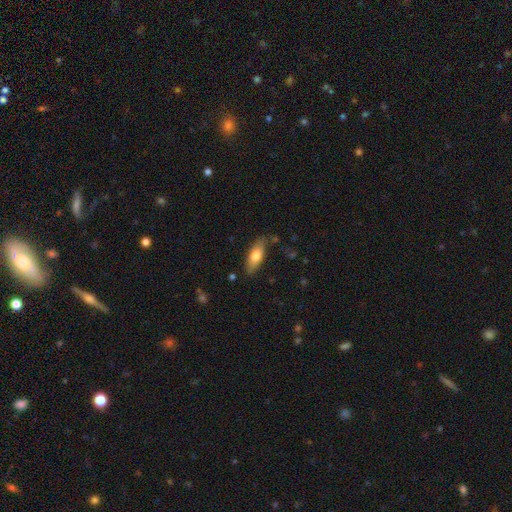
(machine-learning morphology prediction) Smooth or featured? smooth (73%)
How rounded? in between (67%)
Merging? none (80%)